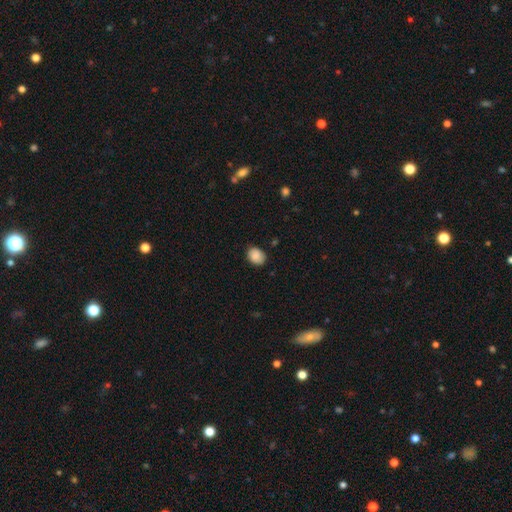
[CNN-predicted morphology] Smooth or featured?
  - smooth: 87% *
  - star or artifact: 8%
  - featured or disk: 5%
How rounded?
  - in between: 52% *
  - round: 47%
  - cigar-shaped: 1%
Merging?
  - none: 80% *
  - minor disturbance: 16%
  - major disturbance: 3%
  - merger: 1%